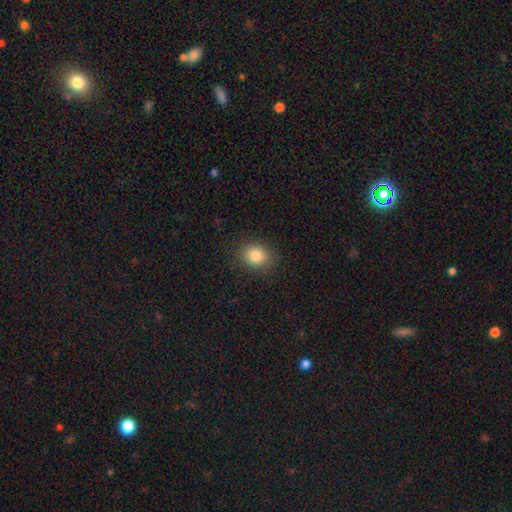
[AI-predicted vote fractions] Overall: smooth (83%). How rounded: round (62%; in between 37%). Merging: none (87%).